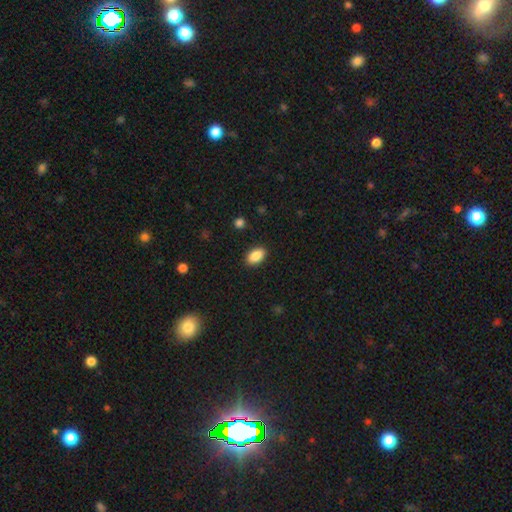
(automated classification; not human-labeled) A smooth galaxy with no disk features (89%) that is in between round and cigar-shaped (92%). Merging: none (89%).